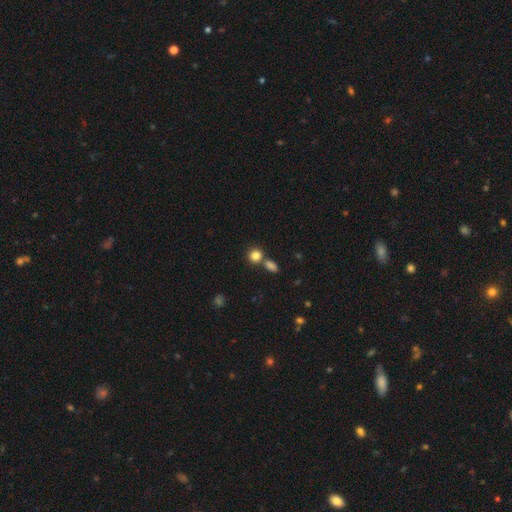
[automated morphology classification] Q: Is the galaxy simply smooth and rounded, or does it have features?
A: smooth — 84%.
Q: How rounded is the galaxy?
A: round — 82%.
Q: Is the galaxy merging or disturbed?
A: none — 59%.